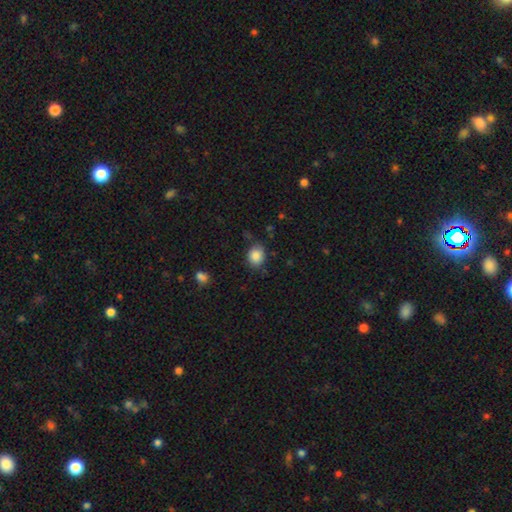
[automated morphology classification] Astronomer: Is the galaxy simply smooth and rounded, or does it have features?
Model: smooth — 86%.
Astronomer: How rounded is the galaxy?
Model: round — 57% (runner-up: in between, 42%).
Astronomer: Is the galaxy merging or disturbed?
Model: none — 78%.